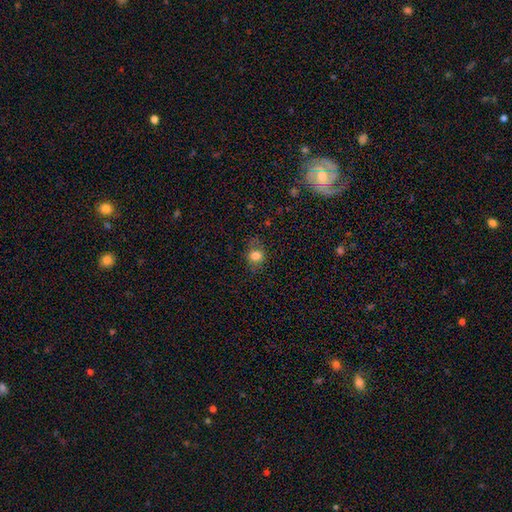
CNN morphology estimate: Q: Smooth or featured?
A: smooth (80%); runner-up: star or artifact (12%)
Q: How rounded?
A: round (69%); runner-up: in between (30%)
Q: Merging?
A: none (75%); runner-up: minor disturbance (17%)